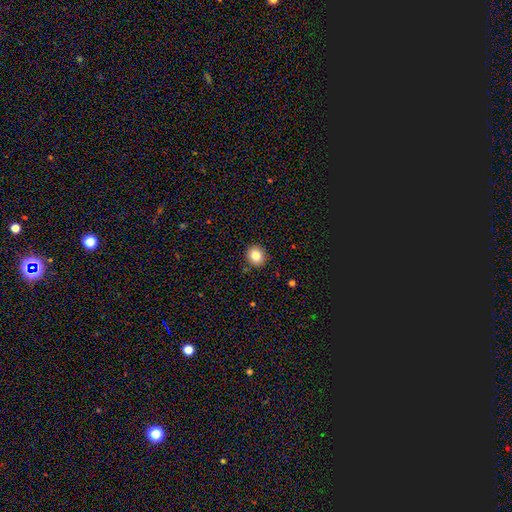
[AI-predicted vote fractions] Overall: smooth (81%). How rounded: round (85%). Merging: none (91%).